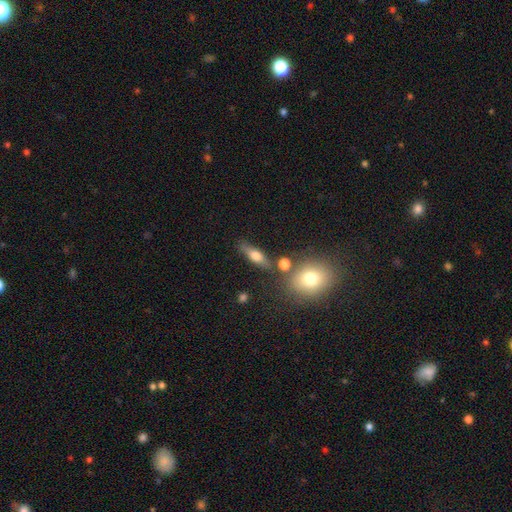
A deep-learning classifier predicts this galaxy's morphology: Q: Smooth or featured?
A: smooth (54%); runner-up: featured or disk (36%)
Q: How rounded?
A: cigar-shaped (46%); runner-up: in between (44%)
Q: Merging?
A: none (75%); runner-up: minor disturbance (12%)